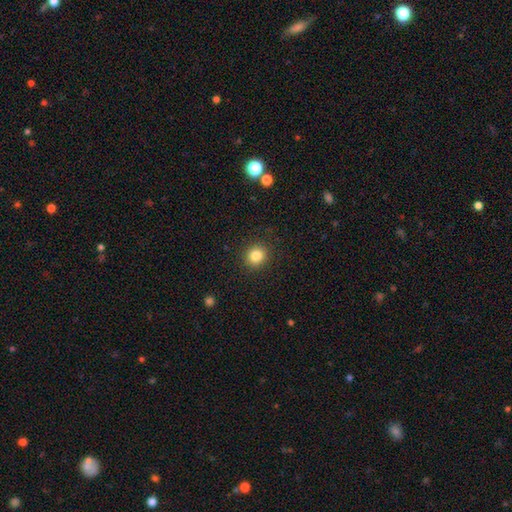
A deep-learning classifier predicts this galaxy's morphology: Smooth or featured?
  - smooth: 83% *
  - star or artifact: 11%
  - featured or disk: 6%
How rounded?
  - round: 86% *
  - in between: 13%
  - cigar-shaped: 1%
Merging?
  - none: 90% *
  - minor disturbance: 6%
  - major disturbance: 2%
  - merger: 1%